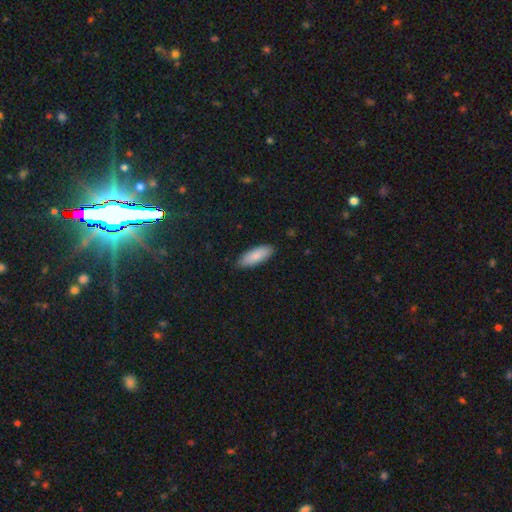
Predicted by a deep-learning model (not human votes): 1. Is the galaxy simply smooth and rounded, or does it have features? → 87% smooth, 8% featured or disk, 6% star or artifact.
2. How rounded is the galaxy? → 72% in between, 27% cigar-shaped, 2% round.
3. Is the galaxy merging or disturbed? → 88% none, 9% minor disturbance, 2% major disturbance, 1% merger.